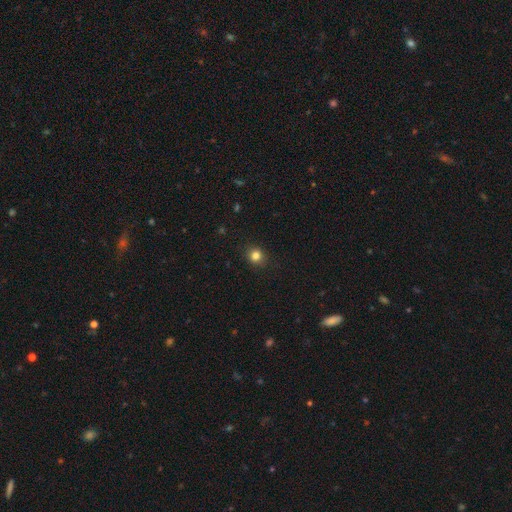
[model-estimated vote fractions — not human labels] This is clearly a smooth galaxy (83%). How rounded: clearly round (83%). Merging: clearly none (90%).